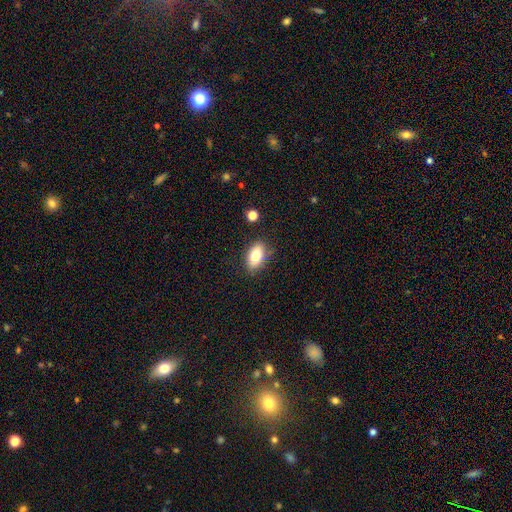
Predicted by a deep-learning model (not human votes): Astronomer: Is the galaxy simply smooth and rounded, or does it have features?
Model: smooth — 79%.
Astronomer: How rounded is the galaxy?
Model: in between — 88%.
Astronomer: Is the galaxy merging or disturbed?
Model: none — 82%.